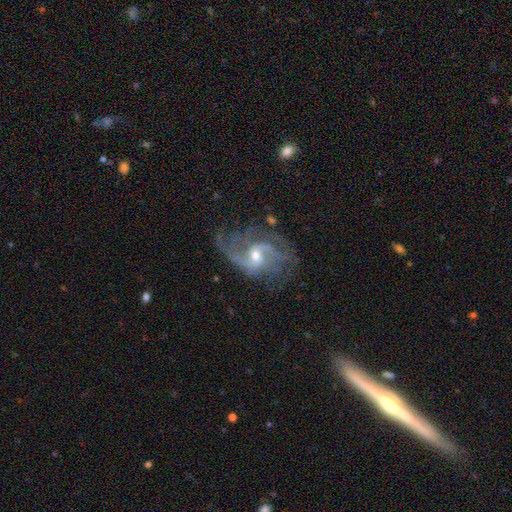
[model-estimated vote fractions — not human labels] This is clearly a featured or disk galaxy (88%). It is clearly not viewed edge-on (97%). Bar: possibly weak (48%). Spiral arm pattern: clearly yes (95%). Spiral arm count: likely 2 (65%). Spiral winding: possibly medium (46%). Central bulge: possibly moderate (48%). Merging: possibly none (54%).